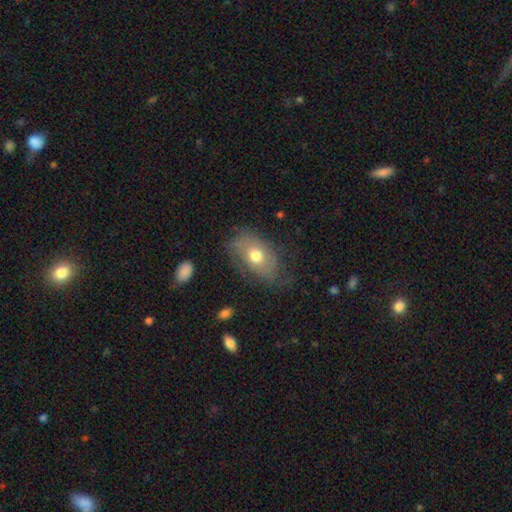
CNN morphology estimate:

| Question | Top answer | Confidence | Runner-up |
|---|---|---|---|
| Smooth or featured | smooth | 58% | featured or disk (34%) |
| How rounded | in between | 88% | round (11%) |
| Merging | none | 58% | minor disturbance (26%) |